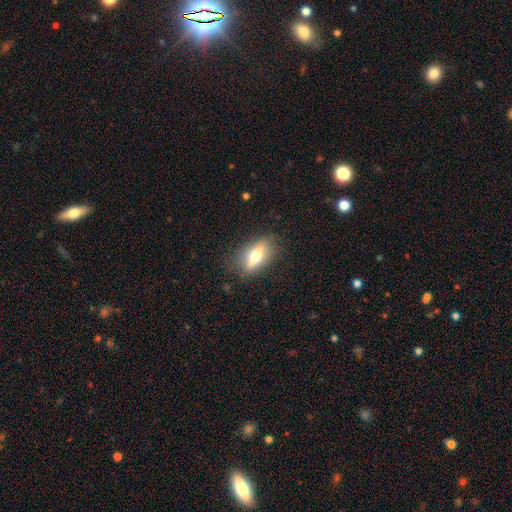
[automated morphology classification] Smooth or featured?
  - smooth: 50% *
  - featured or disk: 42%
  - star or artifact: 8%
Merging?
  - none: 82% *
  - minor disturbance: 13%
  - major disturbance: 5%
  - merger: 1%